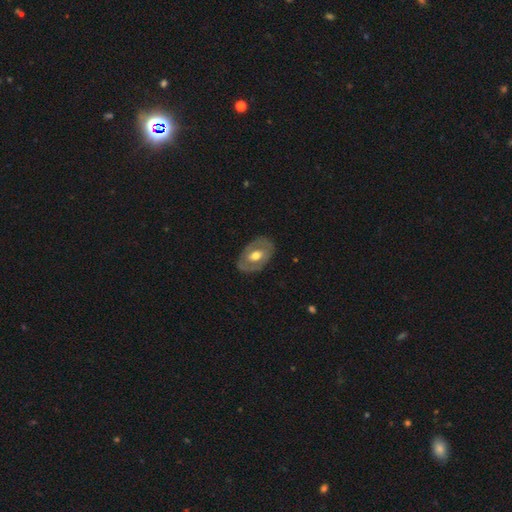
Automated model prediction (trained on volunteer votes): This is possibly a featured or disk galaxy (56%). It is clearly not viewed edge-on (91%). Bar: likely no (65%). Spiral arm pattern: likely no (77%). Central bulge: likely moderate (71%). Merging: clearly none (80%).